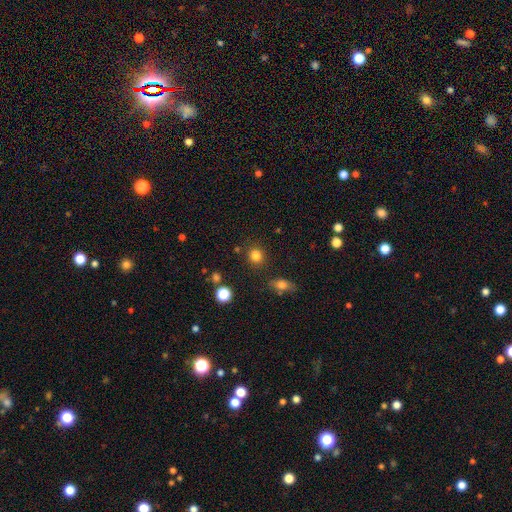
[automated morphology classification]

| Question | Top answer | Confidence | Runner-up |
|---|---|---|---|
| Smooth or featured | smooth | 82% | star or artifact (13%) |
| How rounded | round | 87% | in between (12%) |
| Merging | none | 86% | minor disturbance (8%) |